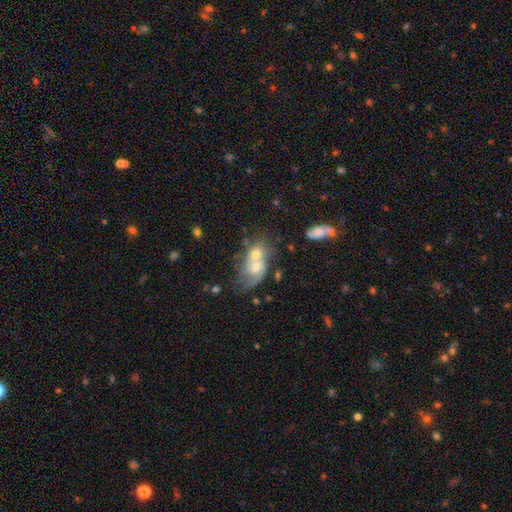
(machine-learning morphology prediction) Q: Smooth or featured?
A: featured or disk (56%); runner-up: smooth (33%)
Q: Edge-on disk?
A: no (95%); runner-up: yes (5%)
Q: Bar?
A: no (77%); runner-up: weak (19%)
Q: Spiral arms?
A: yes (65%); runner-up: no (35%)
Q: Bulge size?
A: moderate (60%); runner-up: small (26%)
Q: Merging?
A: merger (64%); runner-up: none (18%)